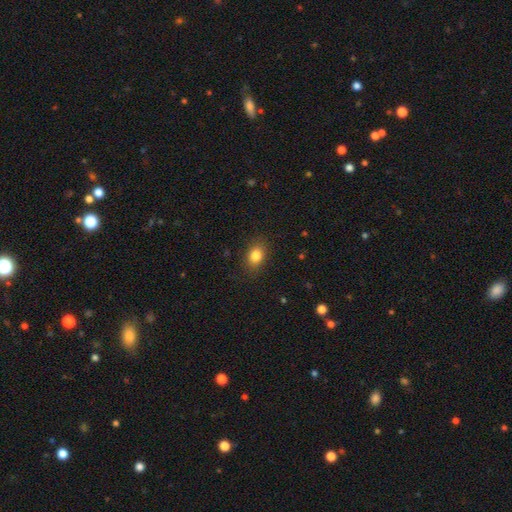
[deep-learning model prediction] This is clearly a smooth galaxy (84%). How rounded: likely in between (68%). Merging: clearly none (86%).